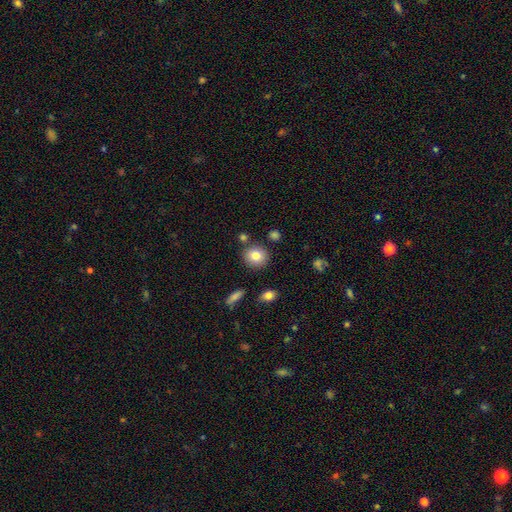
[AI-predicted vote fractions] Smooth or featured? Predicted: smooth (p=0.81). How rounded? Predicted: round (p=0.85). Merging? Predicted: none (p=0.83).